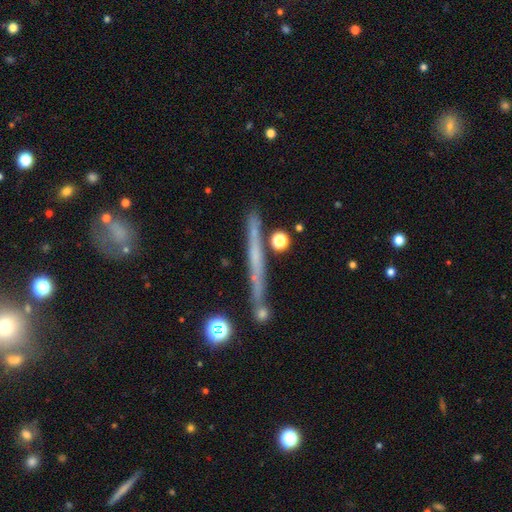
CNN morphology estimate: Q: Smooth or featured?
A: featured or disk (53%); runner-up: smooth (37%)
Q: Edge-on disk?
A: yes (94%); runner-up: no (6%)
Q: Edge-on bulge?
A: none (83%); runner-up: rounded (12%)
Q: Merging?
A: none (79%); runner-up: minor disturbance (12%)